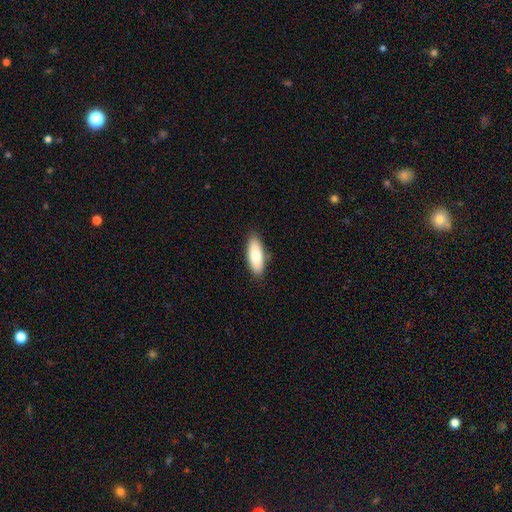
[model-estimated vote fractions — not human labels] Overall: smooth (79%). How rounded: in between (72%). Merging: none (88%).